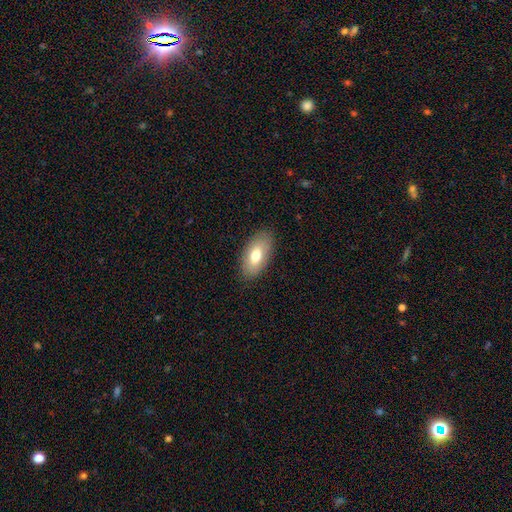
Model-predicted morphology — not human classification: Smooth or featured: smooth — 73% (featured or disk — 20%)
How rounded: in between — 93% (cigar-shaped — 4%)
Merging: none — 86% (minor disturbance — 10%)